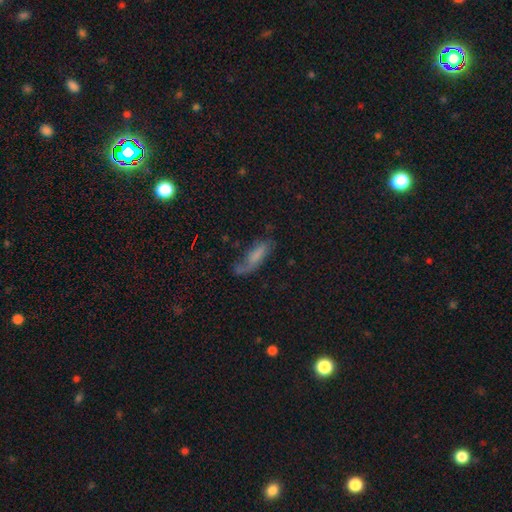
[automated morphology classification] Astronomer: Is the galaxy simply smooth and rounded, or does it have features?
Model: smooth — 56% (runner-up: featured or disk, 33%).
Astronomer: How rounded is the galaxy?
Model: in between — 53% (runner-up: cigar-shaped, 44%).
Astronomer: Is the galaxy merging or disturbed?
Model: none — 44% (runner-up: minor disturbance, 28%).